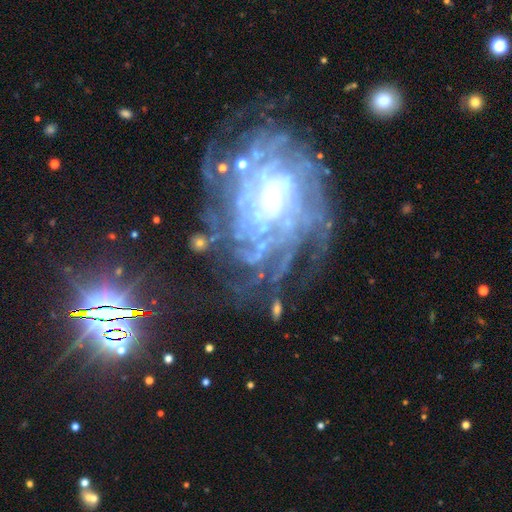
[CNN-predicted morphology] Smooth or featured? featured or disk (75%)
Edge-on disk? no (97%)
Bar? no (64%)
Spiral arms? yes (84%)
Spiral winding? tight (61%)
Spiral arm count? can't tell (38%)
Bulge size? small (60%)
Merging? none (52%)